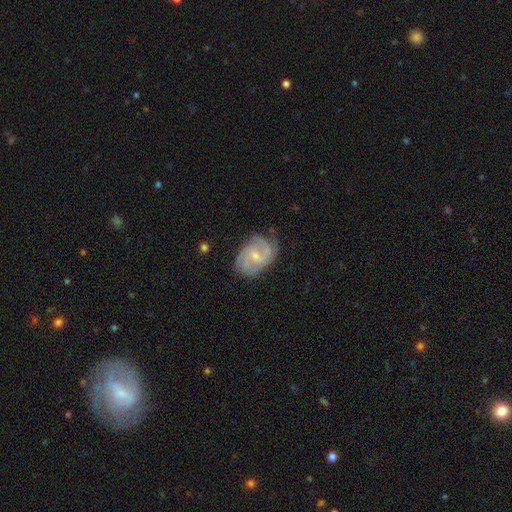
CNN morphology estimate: Smooth or featured? featured or disk (79%)
Edge-on disk? no (97%)
Bar? weak (52%)
Spiral arms? yes (94%)
Spiral winding? medium (47%)
Spiral arm count? 2 (48%)
Bulge size? small (56%)
Merging? none (68%)